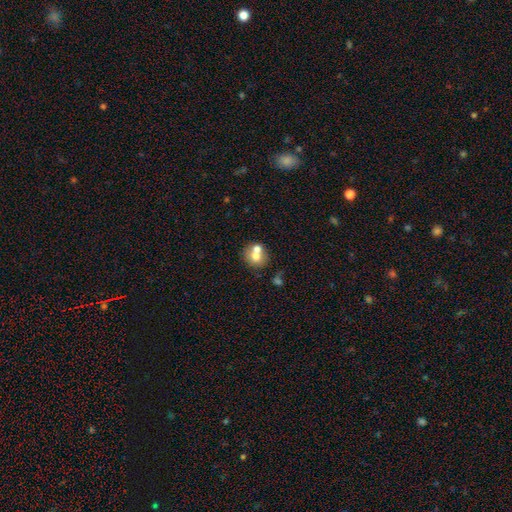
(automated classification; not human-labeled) Q: Smooth or featured?
A: smooth (66%); runner-up: featured or disk (24%)
Q: How rounded?
A: round (77%); runner-up: in between (22%)
Q: Merging?
A: merger (44%); tied with: none (44%)